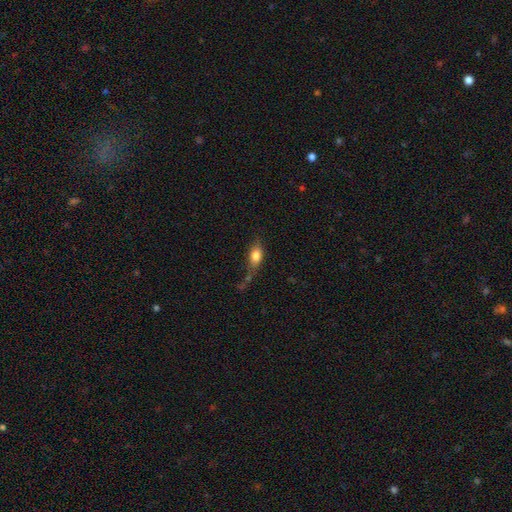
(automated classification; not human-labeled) Smooth or featured?
  - smooth: 77% *
  - featured or disk: 14%
  - star or artifact: 9%
How rounded?
  - in between: 79% *
  - cigar-shaped: 11%
  - round: 10%
Merging?
  - none: 48% *
  - minor disturbance: 25%
  - major disturbance: 14%
  - merger: 13%